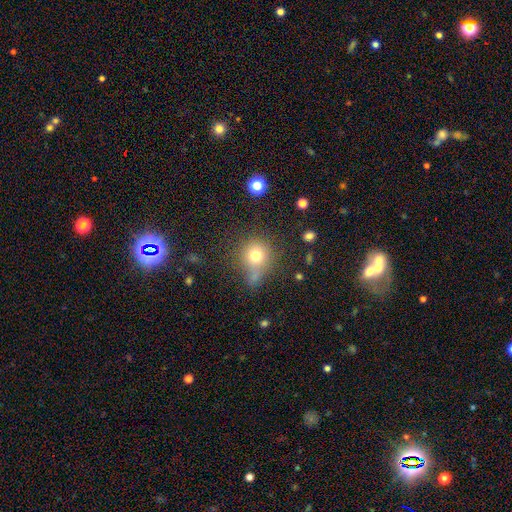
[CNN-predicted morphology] This appears to be a smooth galaxy with no disk features (73%) that is round (87%). Merging: none (53%).